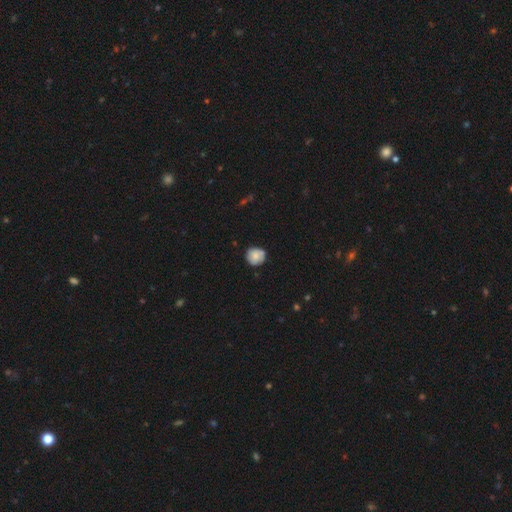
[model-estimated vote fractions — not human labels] Smooth or featured: smooth — 73% (featured or disk — 19%)
How rounded: round — 87% (in between — 12%)
Merging: none — 72% (minor disturbance — 22%)